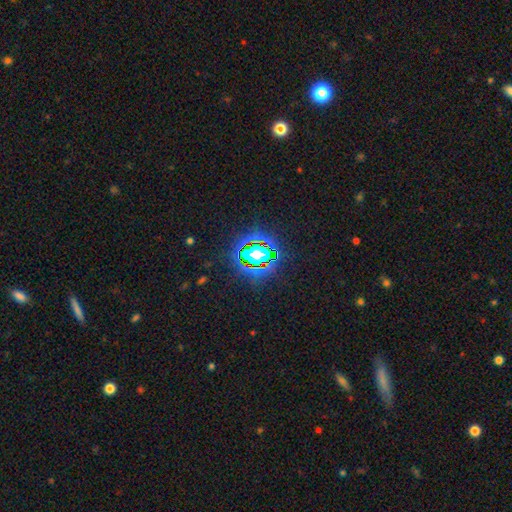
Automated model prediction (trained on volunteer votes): This appears to be a star or artifact, not a galaxy (72%).